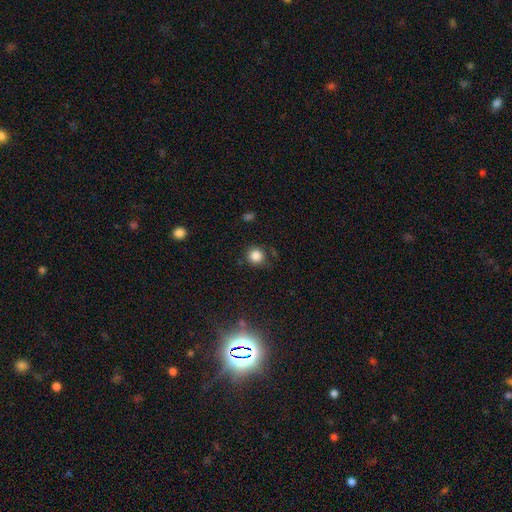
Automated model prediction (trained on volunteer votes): Overall: smooth (83%). How rounded: round (92%). Merging: none (79%).